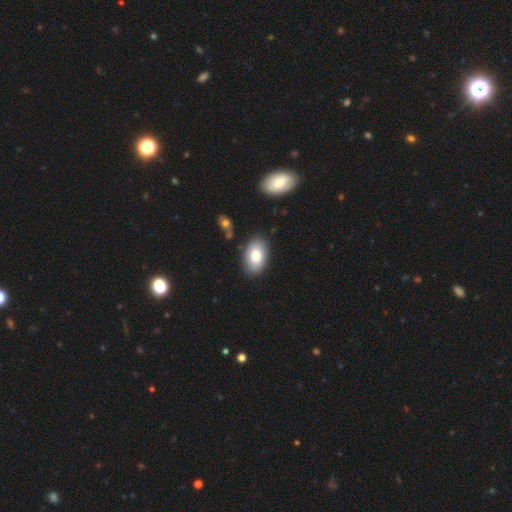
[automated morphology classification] Q: Smooth or featured?
A: smooth (80%); runner-up: featured or disk (13%)
Q: How rounded?
A: in between (92%); runner-up: round (6%)
Q: Merging?
A: none (84%); runner-up: minor disturbance (11%)